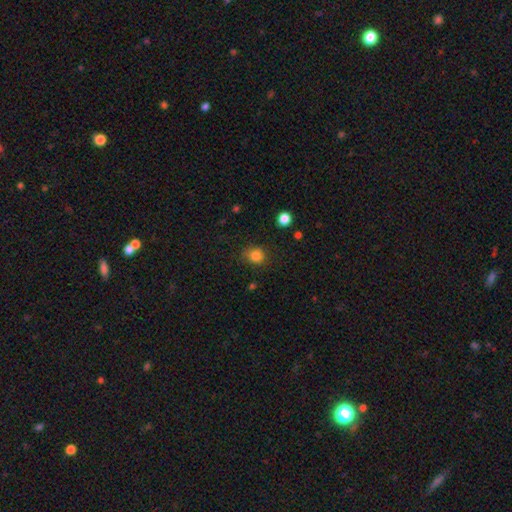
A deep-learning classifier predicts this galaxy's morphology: This is clearly a smooth galaxy (83%). How rounded: likely round (76%). Merging: likely none (76%).